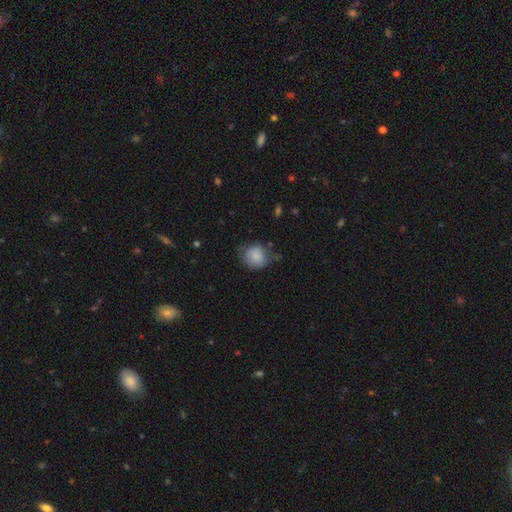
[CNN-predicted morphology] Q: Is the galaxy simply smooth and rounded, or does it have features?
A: smooth — 82%.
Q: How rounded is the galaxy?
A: round — 77%.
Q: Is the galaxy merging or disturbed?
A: none — 57%.